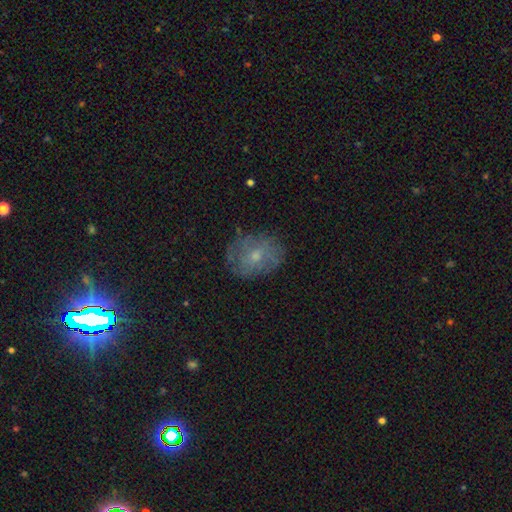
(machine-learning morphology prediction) The model was most divided on "smooth or featured": smooth: 48%, featured or disk: 41%, star or artifact: 11%. More confident: merging — none (73%).